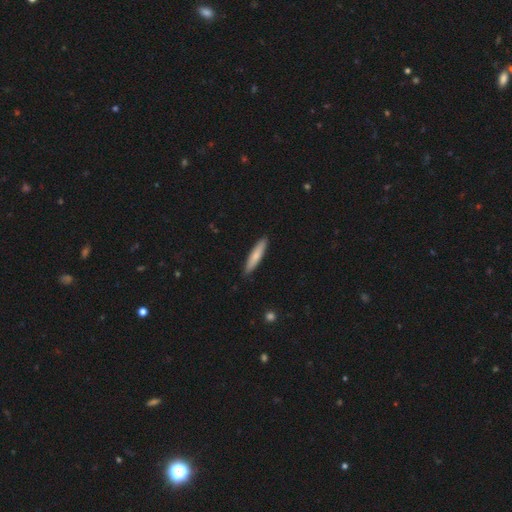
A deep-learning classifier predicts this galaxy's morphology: smooth 75%, featured or disk 20%, star or artifact 5%. Down the decision tree: how rounded — cigar-shaped (87%); merging — none (89%).